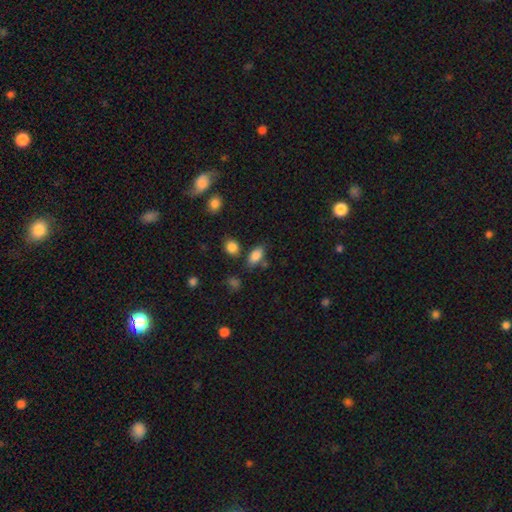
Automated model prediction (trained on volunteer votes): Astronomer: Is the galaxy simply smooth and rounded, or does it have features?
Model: smooth — 84%.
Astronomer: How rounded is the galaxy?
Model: in between — 88%.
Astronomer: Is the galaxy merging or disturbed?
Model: none — 72%.